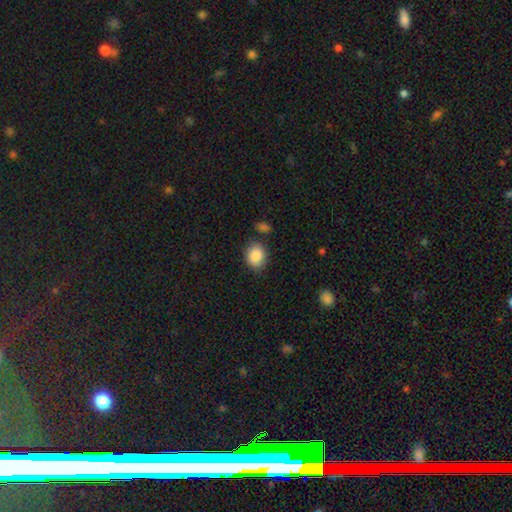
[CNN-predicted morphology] Q: Smooth or featured?
A: smooth (88%); runner-up: star or artifact (8%)
Q: How rounded?
A: in between (53%); runner-up: round (46%)
Q: Merging?
A: none (77%); runner-up: minor disturbance (15%)